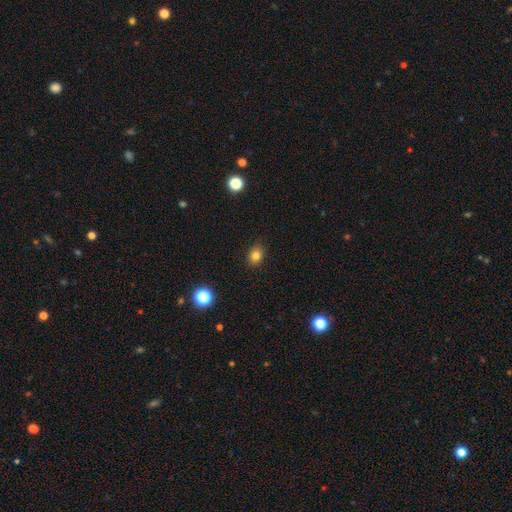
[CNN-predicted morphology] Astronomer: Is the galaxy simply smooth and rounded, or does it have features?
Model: smooth — 80%.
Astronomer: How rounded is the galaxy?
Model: in between — 58% (runner-up: round, 41%).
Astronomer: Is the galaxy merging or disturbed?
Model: none — 85%.